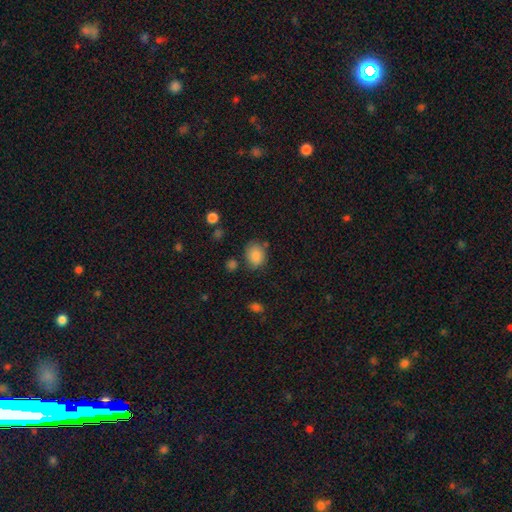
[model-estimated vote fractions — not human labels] This appears to be a smooth galaxy with no disk features (86%) that is round (51%). Merging: none (73%).